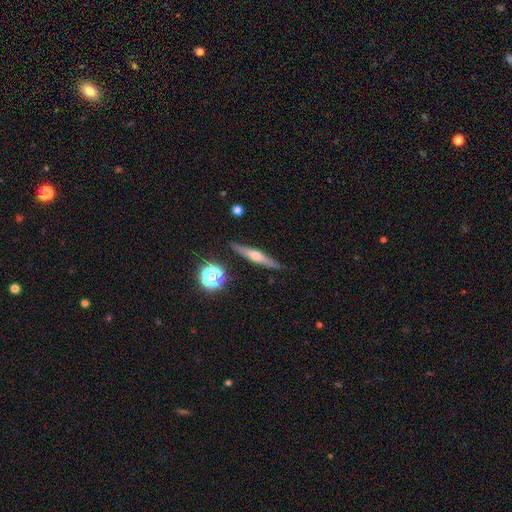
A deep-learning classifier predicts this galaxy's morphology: Smooth or featured? featured or disk (62%)
Edge-on disk? yes (96%)
Edge-on bulge? rounded (89%)
Merging? none (88%)